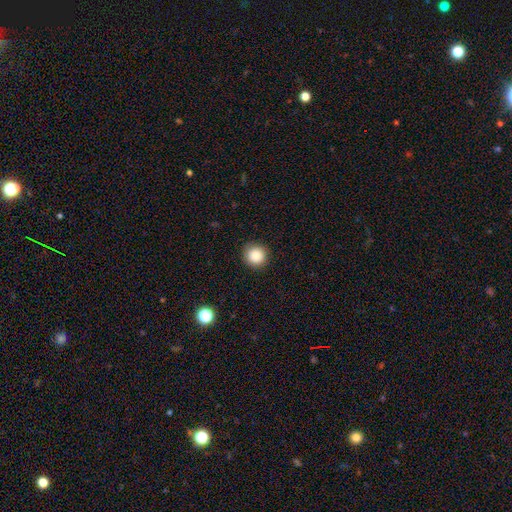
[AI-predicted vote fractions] Morphology: type=smooth (86%); roundness=round (95%); merging=none (91%).